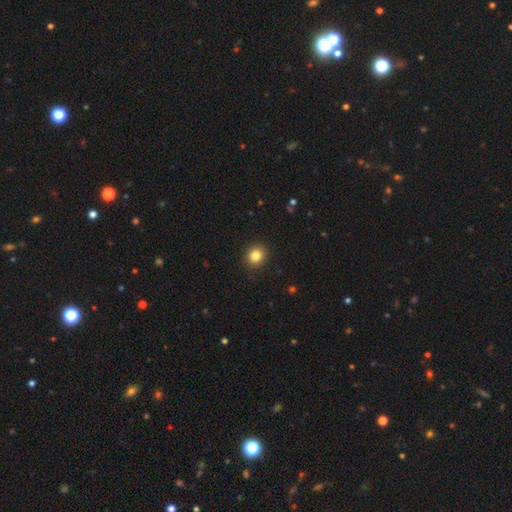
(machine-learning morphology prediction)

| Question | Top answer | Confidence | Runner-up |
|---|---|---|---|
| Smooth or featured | smooth | 83% | star or artifact (11%) |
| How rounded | round | 82% | in between (17%) |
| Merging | none | 91% | minor disturbance (6%) |